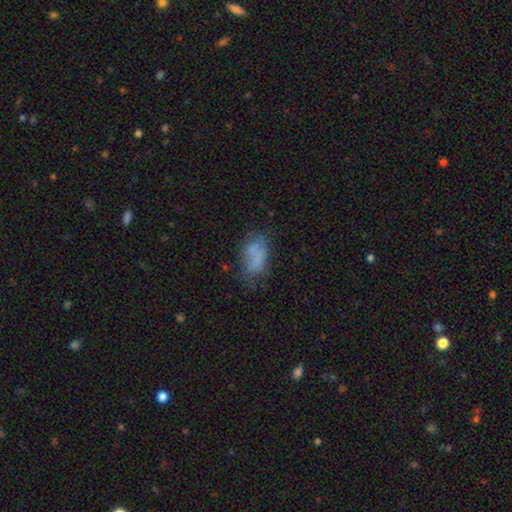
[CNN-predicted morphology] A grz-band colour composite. It shows a smooth galaxy with no disk features (65%) that is in between round and cigar-shaped (88%). Merging: none (42%).